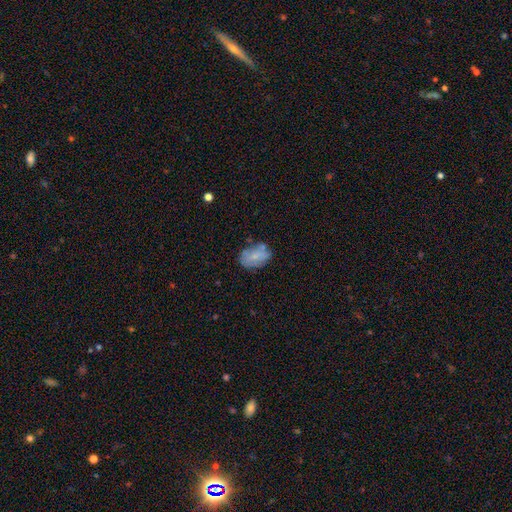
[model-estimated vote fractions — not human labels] A smooth galaxy with no disk features (68%) that is in between round and cigar-shaped (87%). Merging: none (62%).